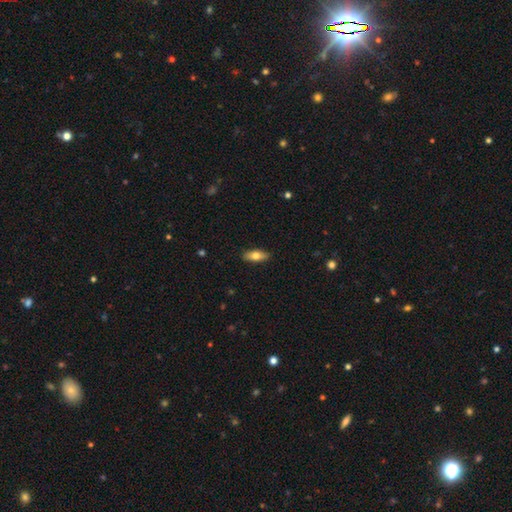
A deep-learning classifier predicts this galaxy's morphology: Smooth or featured? smooth (71%)
How rounded? in between (74%)
Merging? none (89%)